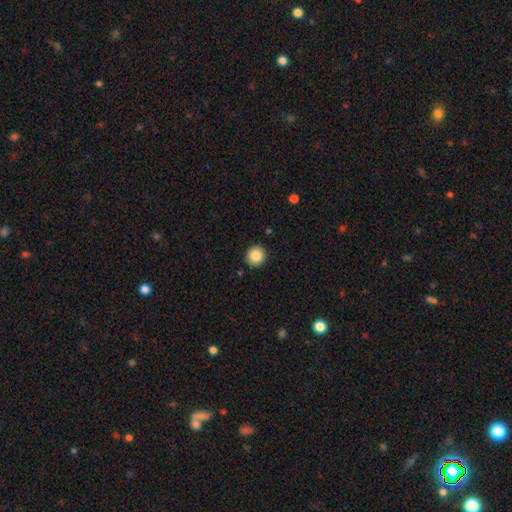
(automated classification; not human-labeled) Smooth or featured? smooth (86%)
How rounded? round (88%)
Merging? none (91%)